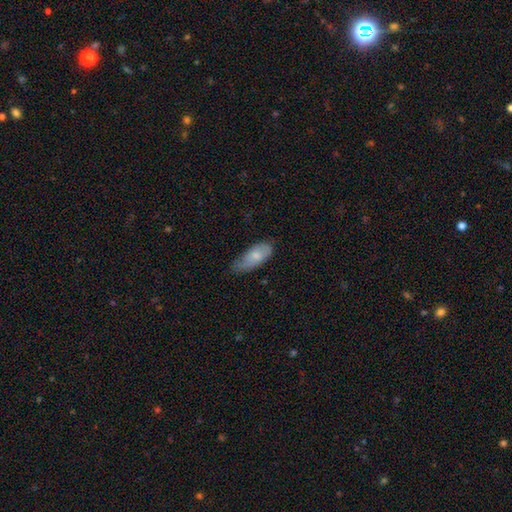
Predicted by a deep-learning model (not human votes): A smooth galaxy with no disk features (74%) that is in between round and cigar-shaped (85%).

Vote fractions:
- Smooth or featured? smooth: 74% / featured or disk: 20% / star or artifact: 6%
- How rounded? in between: 85% / cigar-shaped: 13% / round: 2%
- Merging? none: 50% / minor disturbance: 39% / major disturbance: 9% / merger: 2%